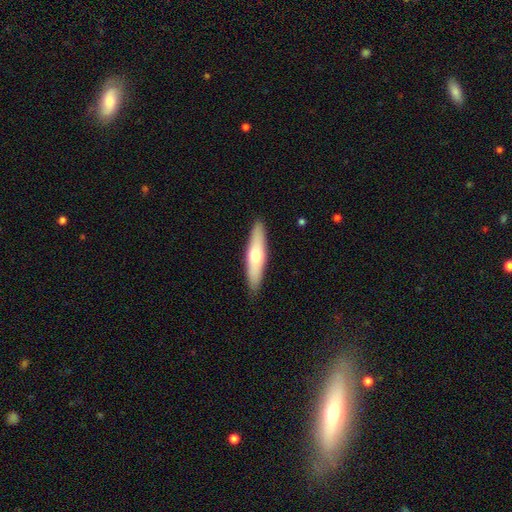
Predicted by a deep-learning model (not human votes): smooth-or-featured: smooth: 54% | featured or disk: 41% | star or artifact: 5%
  how-rounded: cigar-shaped: 78% | in between: 20% | round: 2%
  merging: none: 90% | minor disturbance: 8% | major disturbance: 2% | merger: 1%